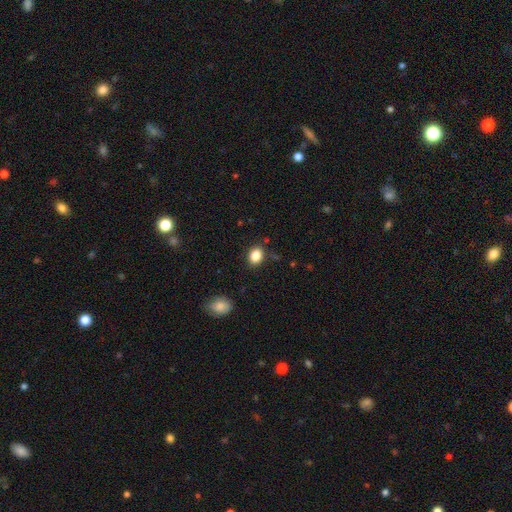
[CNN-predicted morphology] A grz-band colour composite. It shows a smooth galaxy with no disk features (85%) that is in between round and cigar-shaped (61%). Merging: none (85%).